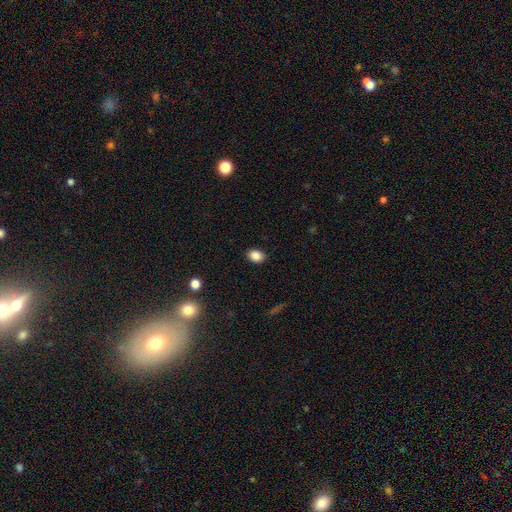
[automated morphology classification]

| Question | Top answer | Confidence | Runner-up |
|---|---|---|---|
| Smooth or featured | smooth | 87% | star or artifact (9%) |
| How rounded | in between | 69% | round (30%) |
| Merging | none | 88% | minor disturbance (8%) |